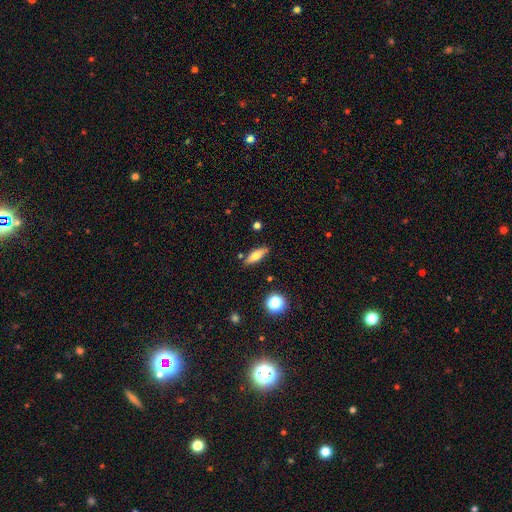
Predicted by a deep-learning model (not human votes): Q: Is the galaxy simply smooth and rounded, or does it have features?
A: smooth — 62%.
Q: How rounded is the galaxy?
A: in between — 56%.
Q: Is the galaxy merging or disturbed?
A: none — 83%.